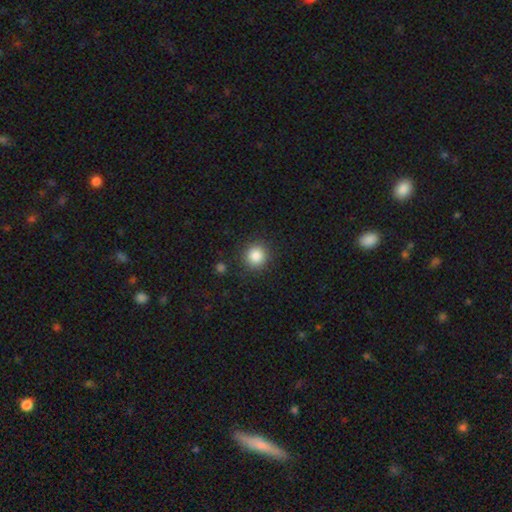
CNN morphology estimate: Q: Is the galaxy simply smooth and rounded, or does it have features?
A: smooth — 85%.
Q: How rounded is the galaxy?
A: round — 93%.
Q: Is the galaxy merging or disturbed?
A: none — 88%.